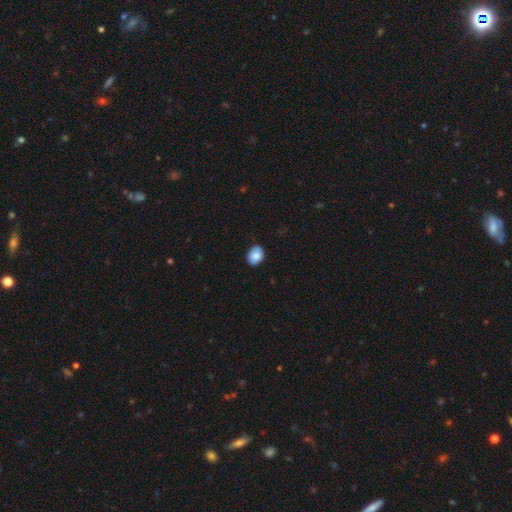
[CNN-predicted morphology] Overall: smooth (81%). How rounded: in between (57%; round 42%). Merging: none (84%).